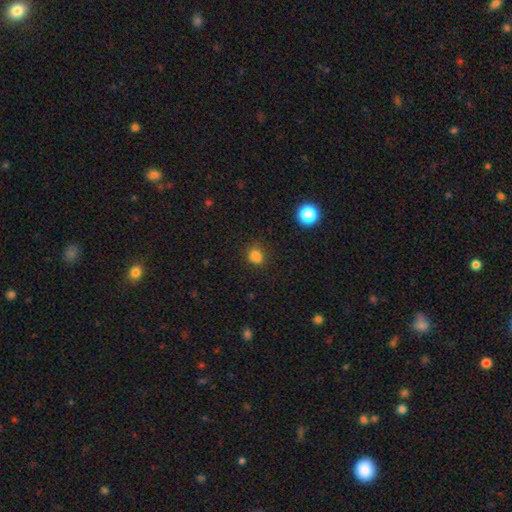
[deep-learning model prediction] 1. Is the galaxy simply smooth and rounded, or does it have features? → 79% smooth, 15% star or artifact, 6% featured or disk.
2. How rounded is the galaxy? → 68% round, 31% in between, 1% cigar-shaped.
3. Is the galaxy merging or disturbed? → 66% none, 20% minor disturbance, 7% merger, 7% major disturbance.